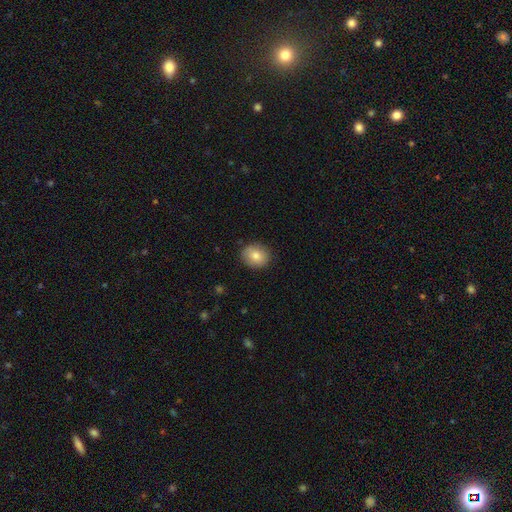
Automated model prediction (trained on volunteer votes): Smooth or featured?
  - smooth: 82% *
  - featured or disk: 10%
  - star or artifact: 8%
How rounded?
  - round: 69% *
  - in between: 30%
  - cigar-shaped: 1%
Merging?
  - none: 89% *
  - minor disturbance: 8%
  - major disturbance: 2%
  - merger: 1%